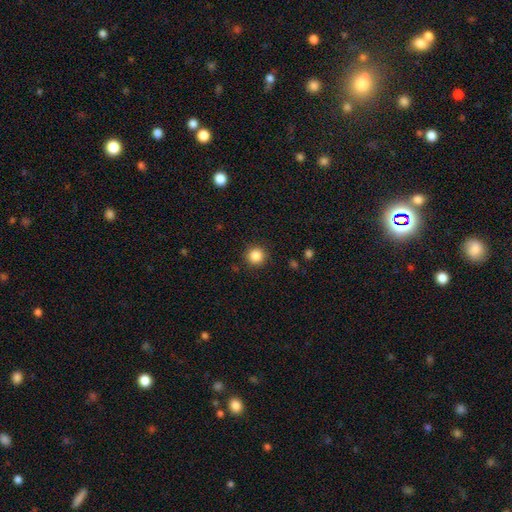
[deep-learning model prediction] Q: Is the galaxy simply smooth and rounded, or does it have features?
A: smooth — 86%.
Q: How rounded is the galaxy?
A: round — 95%.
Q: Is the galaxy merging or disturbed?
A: none — 91%.